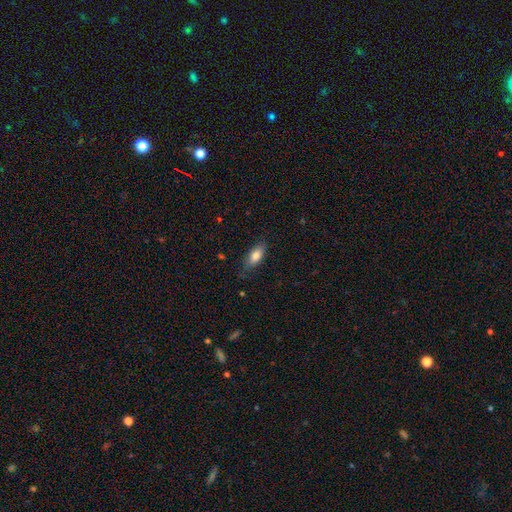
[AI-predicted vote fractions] Smooth or featured? smooth (82%)
How rounded? in between (83%)
Merging? none (76%)